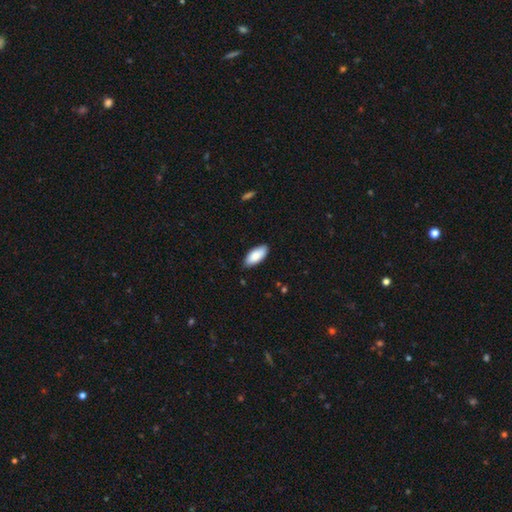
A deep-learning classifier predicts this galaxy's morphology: Overall: smooth (87%). How rounded: in between (89%). Merging: none (84%).